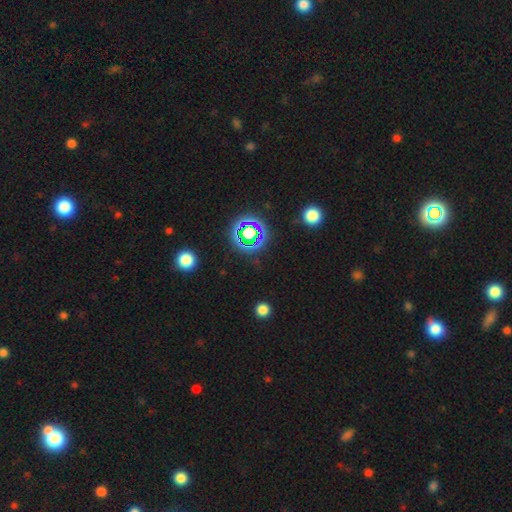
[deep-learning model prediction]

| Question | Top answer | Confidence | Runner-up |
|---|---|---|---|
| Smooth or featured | star or artifact | 74% | smooth (19%) |